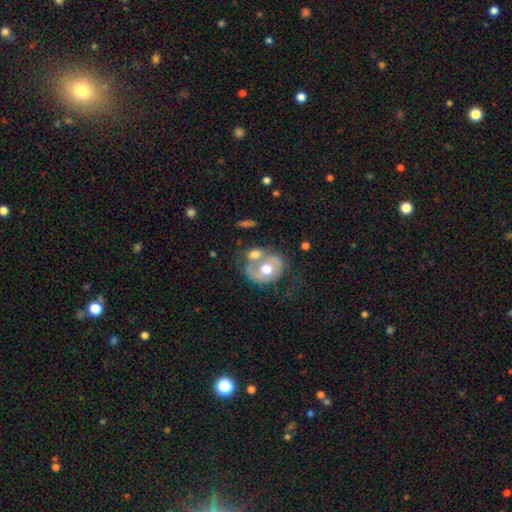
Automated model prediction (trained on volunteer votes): featured or disk 60%, smooth 32%, star or artifact 7%. Down the decision tree: edge-on disk — no (96%); bar — no (75%); spiral arms — yes (53%); bulge size — moderate (72%); merging — merger (38%).